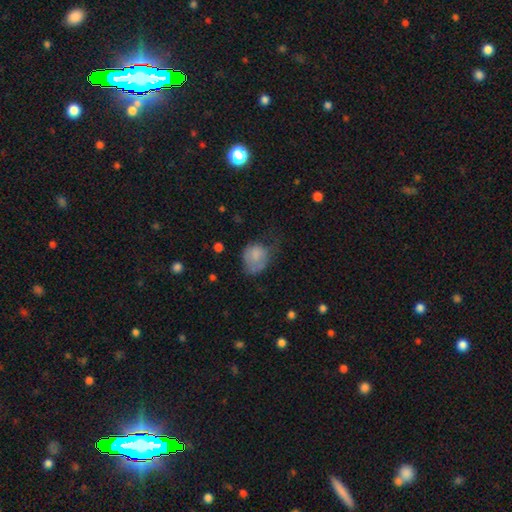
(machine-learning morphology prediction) Smooth or featured?
  - smooth: 74% *
  - featured or disk: 18%
  - star or artifact: 8%
How rounded?
  - round: 55% *
  - in between: 44%
  - cigar-shaped: 1%
Merging?
  - minor disturbance: 33% * (tied)
  - major disturbance: 33% * (tied)
  - none: 31%
  - merger: 2%